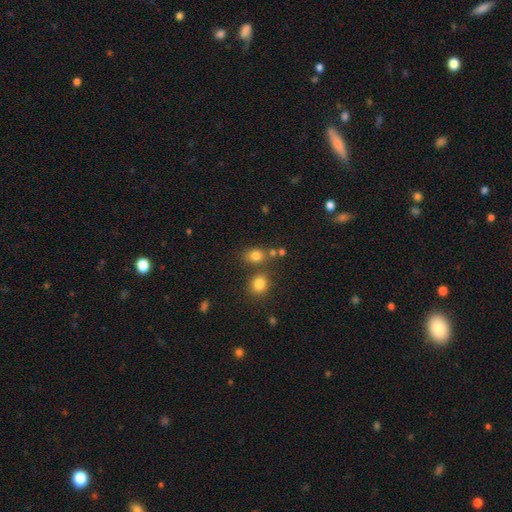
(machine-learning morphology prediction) type=smooth (79%); roundness=round (50%); merging=none (63%).